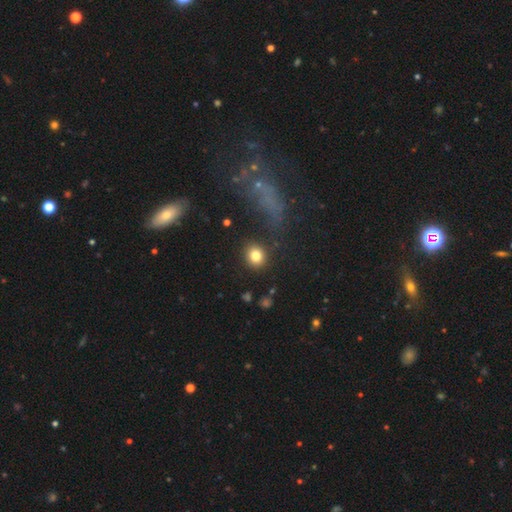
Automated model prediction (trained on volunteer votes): Smooth or featured? smooth (82%)
How rounded? round (80%)
Merging? none (87%)